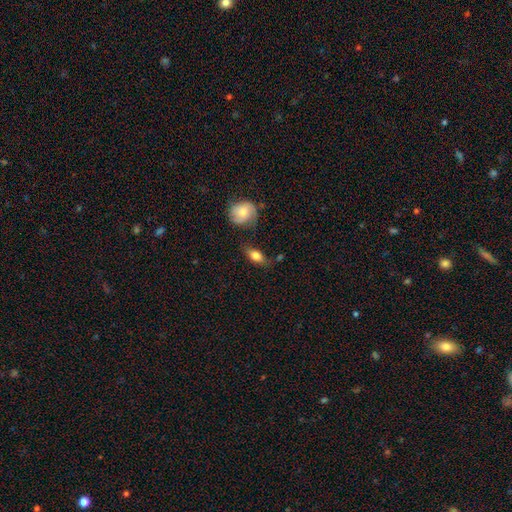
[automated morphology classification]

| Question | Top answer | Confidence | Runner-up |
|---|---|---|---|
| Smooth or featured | smooth | 76% | featured or disk (18%) |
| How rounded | in between | 82% | cigar-shaped (10%) |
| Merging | none | 65% | minor disturbance (21%) |